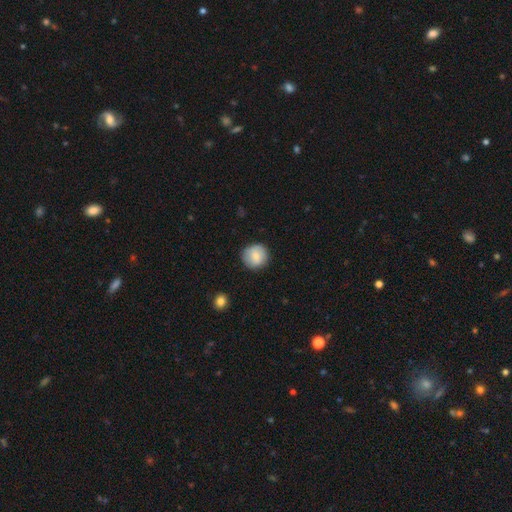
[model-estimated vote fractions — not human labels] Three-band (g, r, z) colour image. It shows a smooth galaxy with no disk features (80%) that is round (92%). Merging: none (85%).